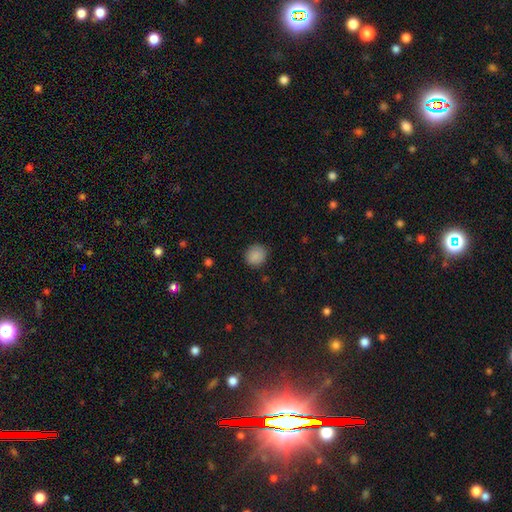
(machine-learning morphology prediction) smooth-or-featured: smooth: 88% | star or artifact: 9% | featured or disk: 4%
  how-rounded: round: 88% | in between: 11% | cigar-shaped: 1%
  merging: none: 88% | minor disturbance: 9% | major disturbance: 2% | merger: 1%